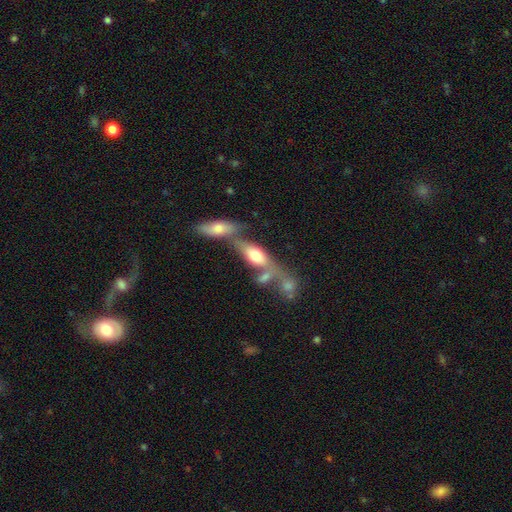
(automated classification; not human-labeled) Smooth or featured? Predicted: smooth (p=0.64). How rounded? Predicted: in between (p=0.74). Merging? Predicted: merger (p=0.49).